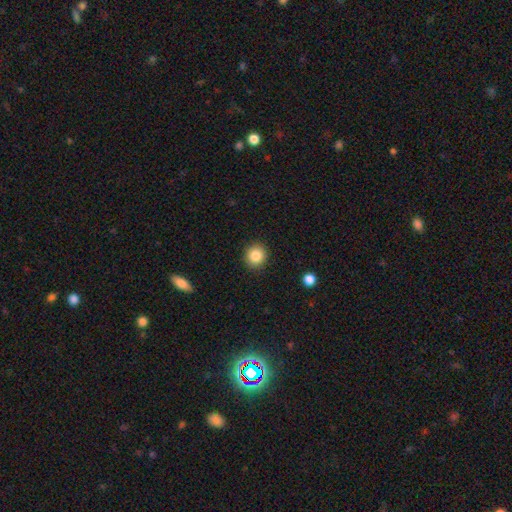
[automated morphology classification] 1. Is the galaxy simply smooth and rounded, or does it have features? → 84% smooth, 10% star or artifact, 6% featured or disk.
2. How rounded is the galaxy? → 86% round, 13% in between, 1% cigar-shaped.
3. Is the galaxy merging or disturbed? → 91% none, 6% minor disturbance, 2% major disturbance, 1% merger.